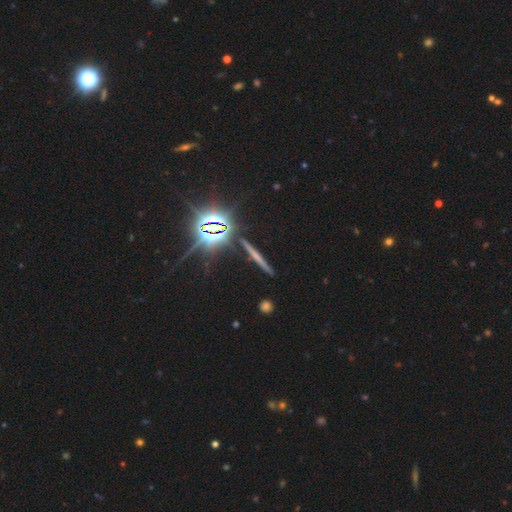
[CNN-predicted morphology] A featured or disk galaxy (39%). Merging: none (88%).